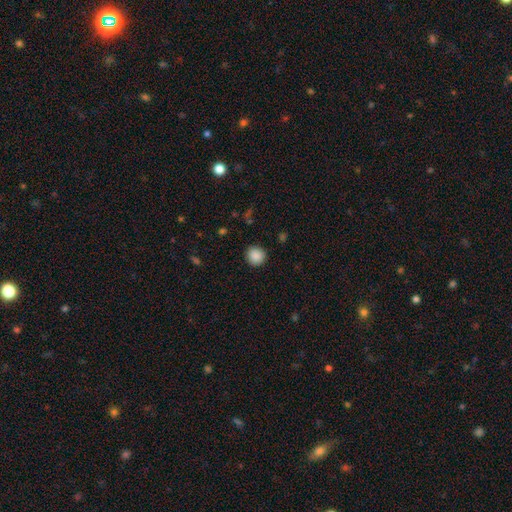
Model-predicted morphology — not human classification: Smooth or featured?
  - smooth: 89% *
  - star or artifact: 9%
  - featured or disk: 3%
How rounded?
  - round: 92% *
  - in between: 7%
  - cigar-shaped: 1%
Merging?
  - none: 91% *
  - minor disturbance: 6%
  - major disturbance: 2%
  - merger: 1%